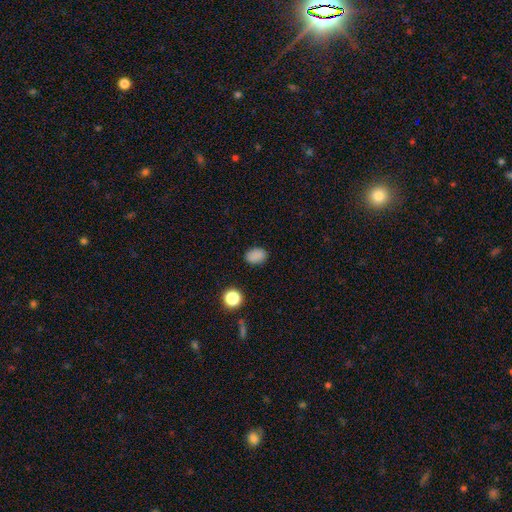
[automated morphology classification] This is clearly a smooth galaxy (84%). How rounded: likely in between (76%). Merging: clearly none (86%).